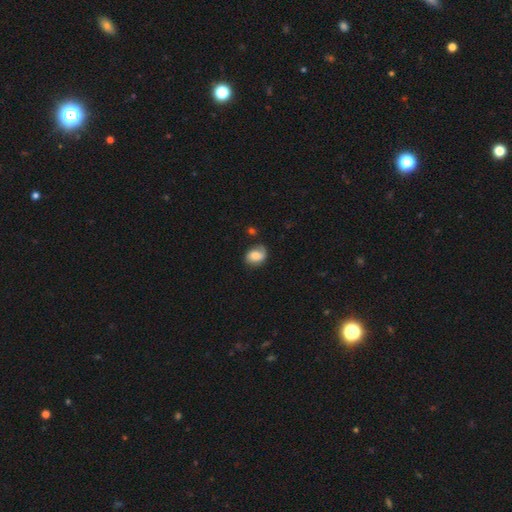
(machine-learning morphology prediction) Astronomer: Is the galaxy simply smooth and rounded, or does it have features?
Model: smooth — 61%.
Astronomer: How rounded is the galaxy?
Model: in between — 56% (runner-up: round, 43%).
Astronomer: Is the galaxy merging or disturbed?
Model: none — 62%.